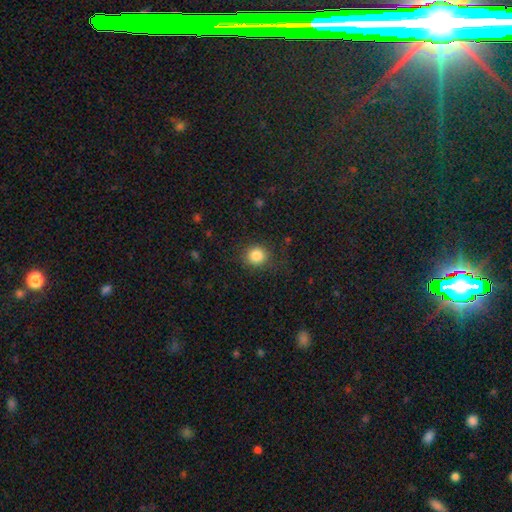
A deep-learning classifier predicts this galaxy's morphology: smooth-or-featured: smooth: 85% | star or artifact: 10% | featured or disk: 5%
  how-rounded: round: 84% | in between: 15% | cigar-shaped: 1%
  merging: none: 84% | minor disturbance: 11% | major disturbance: 4% | merger: 1%